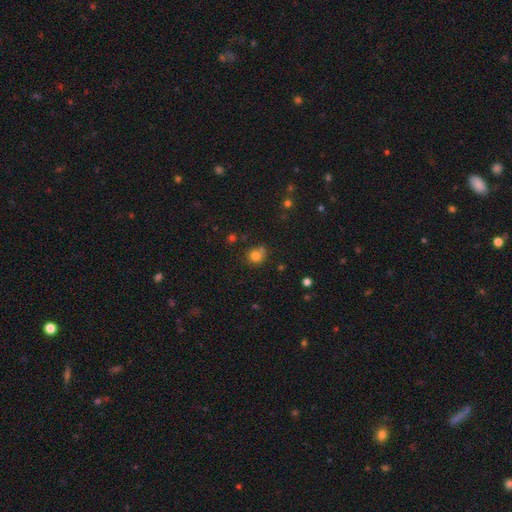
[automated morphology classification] A smooth galaxy with no disk features (79%) that is round (84%). Merging: none (64%).